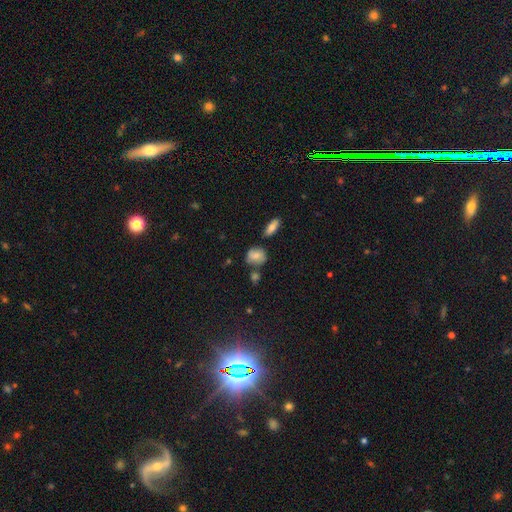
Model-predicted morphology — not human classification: Smooth or featured: smooth — 68% (featured or disk — 21%)
How rounded: round — 63% (in between — 35%)
Merging: none — 62% (minor disturbance — 21%)